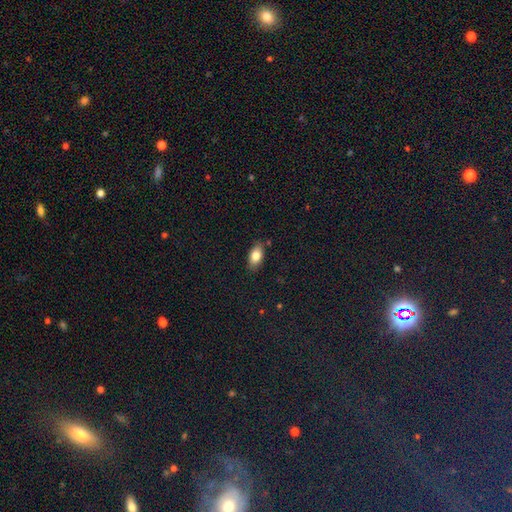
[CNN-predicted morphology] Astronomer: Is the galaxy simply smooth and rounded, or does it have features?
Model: smooth — 81%.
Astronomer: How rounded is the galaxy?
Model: in between — 90%.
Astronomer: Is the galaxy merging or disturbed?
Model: none — 84%.